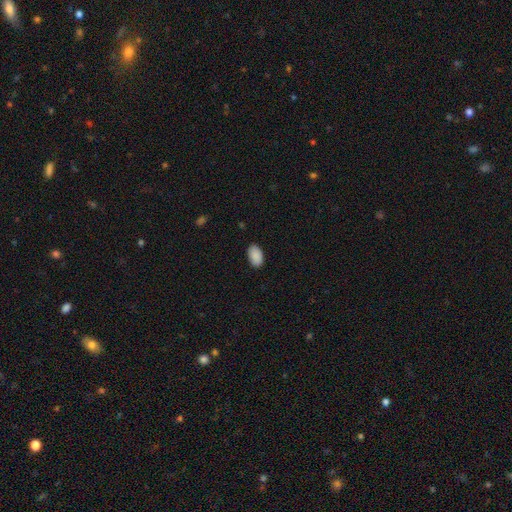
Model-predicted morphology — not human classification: A smooth galaxy with no disk features (90%) that is in between round and cigar-shaped (94%). Merging: none (87%).